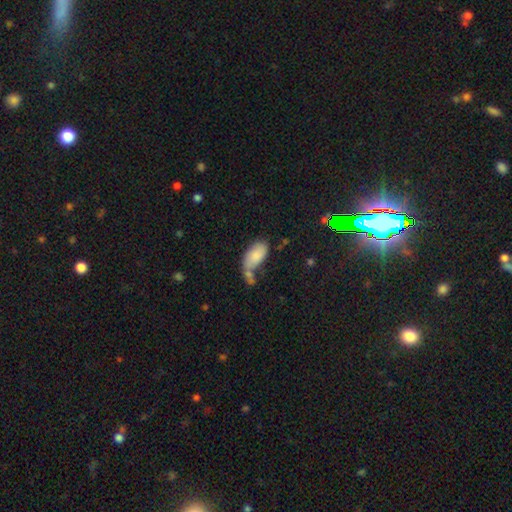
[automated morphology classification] The model was most divided on "merging": none: 42%, merger: 26%, minor disturbance: 22%, major disturbance: 11%. More confident: how rounded — in between (94%); smooth or featured — smooth (82%).